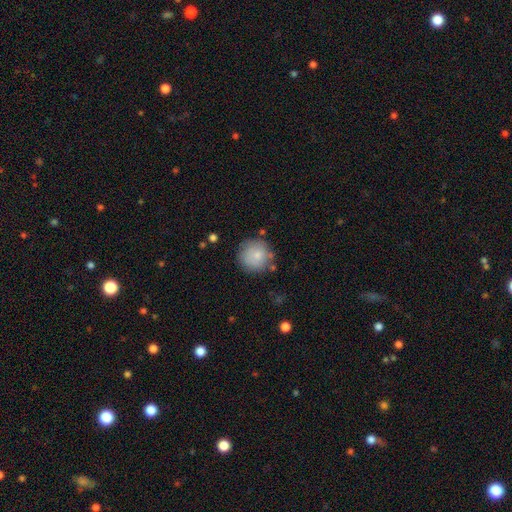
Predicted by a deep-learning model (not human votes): Overall: smooth (80%). How rounded: round (93%). Merging: none (76%).